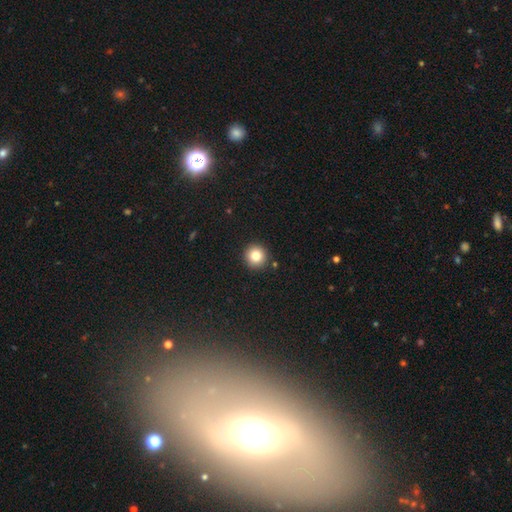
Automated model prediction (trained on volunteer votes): A smooth galaxy with no disk features (82%) that is round (95%).

Vote fractions:
- Smooth or featured? smooth: 82% / star or artifact: 11% / featured or disk: 7%
- How rounded? round: 95% / in between: 4% / cigar-shaped: 1%
- Merging? none: 91% / minor disturbance: 6% / merger: 2% / major disturbance: 2%